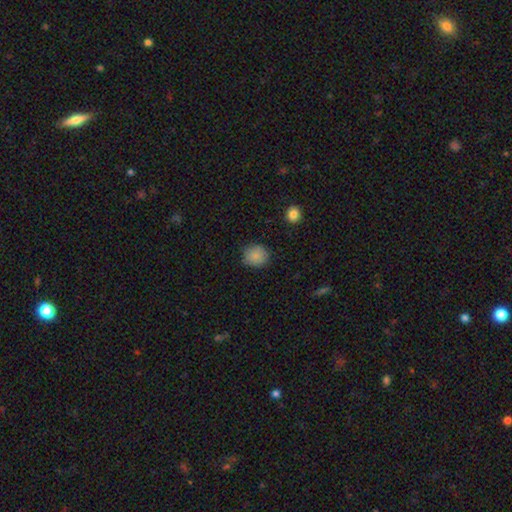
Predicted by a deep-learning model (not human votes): This is clearly a smooth galaxy (85%). How rounded: clearly round (85%). Merging: clearly none (83%).